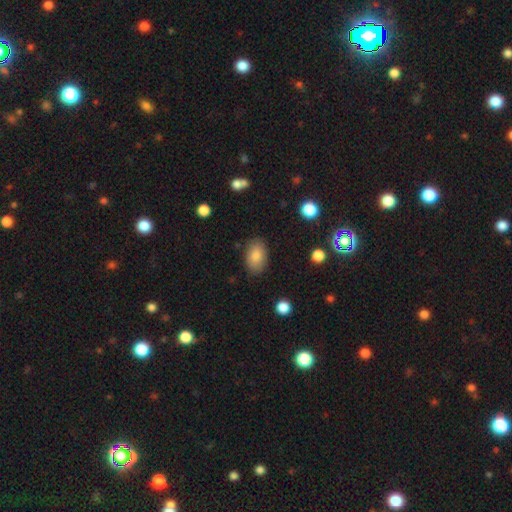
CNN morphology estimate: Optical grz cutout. It shows a smooth galaxy with no disk features (83%) that is in between round and cigar-shaped (91%). Merging: none (84%).